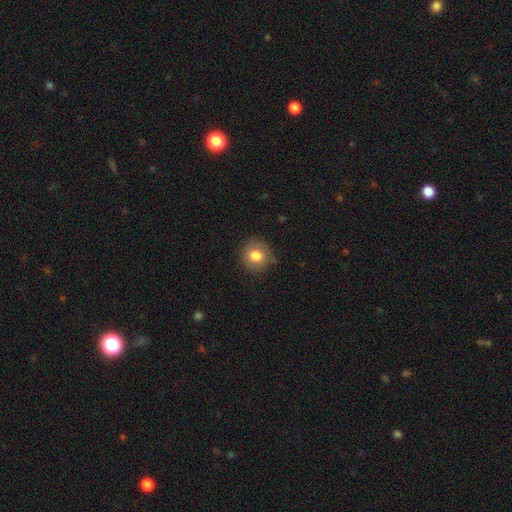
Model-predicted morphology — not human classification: smooth 81%, star or artifact 10%, featured or disk 9%. Down the decision tree: how rounded — round (87%); merging — none (84%).